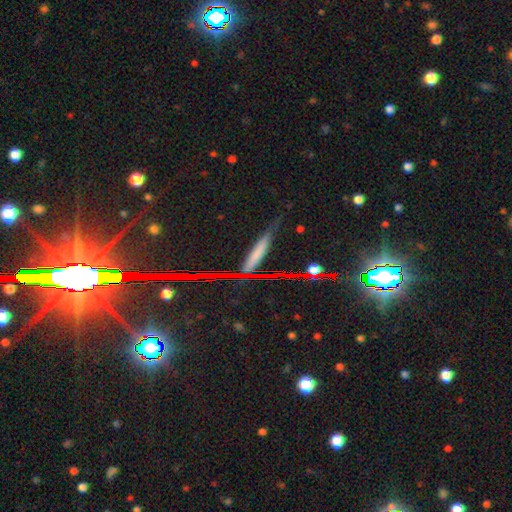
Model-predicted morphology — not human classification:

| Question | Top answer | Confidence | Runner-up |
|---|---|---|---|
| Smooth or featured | smooth | 41% | featured or disk (31%) |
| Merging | none | 75% | minor disturbance (17%) |